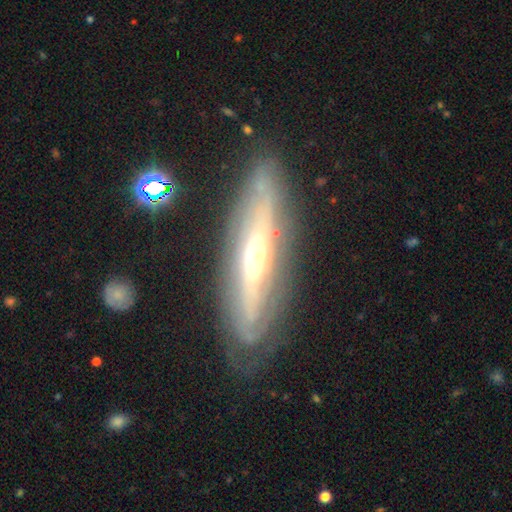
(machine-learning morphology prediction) A featured or disk galaxy (78%) viewed edge-on (50%, tied with no).

Vote fractions:
- Smooth or featured? featured or disk: 78% / smooth: 16% / star or artifact: 6%
- Edge-on disk? yes: 50% (tied) / no: 50% (tied)
- Merging? none: 77% / minor disturbance: 15% / major disturbance: 5% / merger: 2%